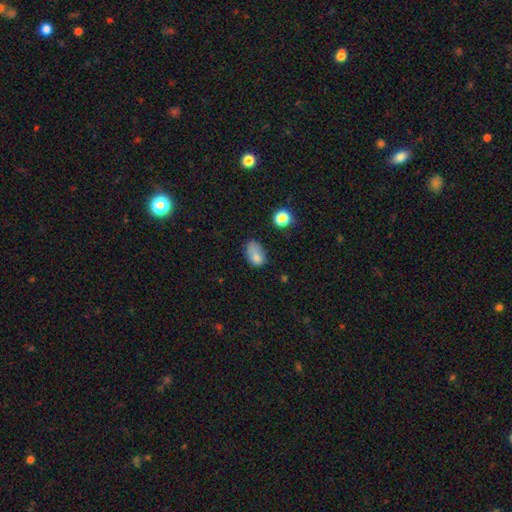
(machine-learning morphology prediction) smooth 77%, star or artifact 12%, featured or disk 12%. Down the decision tree: how rounded — in between (81%); merging — none (38%).